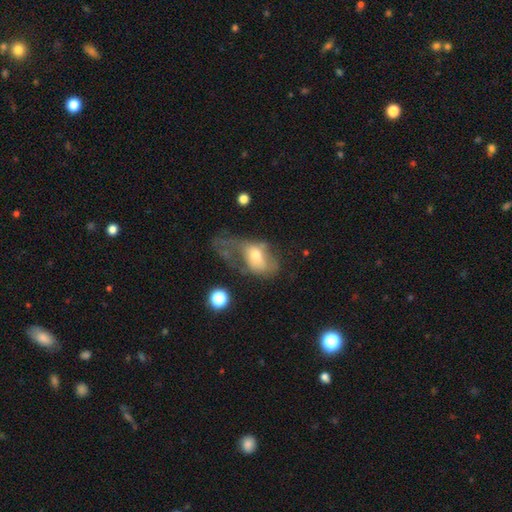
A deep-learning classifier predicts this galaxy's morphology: A smooth galaxy with no disk features (47%).

Vote fractions:
- Smooth or featured? smooth: 47% / featured or disk: 44% / star or artifact: 9%
- Merging? major disturbance: 59% / minor disturbance: 17% / none: 16% / merger: 8%